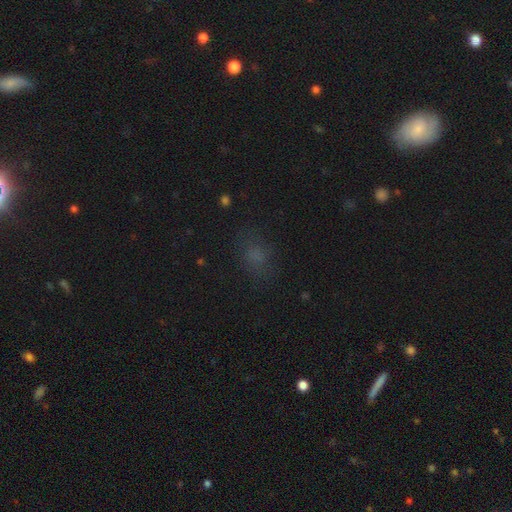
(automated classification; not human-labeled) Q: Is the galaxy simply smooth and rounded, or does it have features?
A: smooth — 64%.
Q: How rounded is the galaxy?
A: in between — 58%.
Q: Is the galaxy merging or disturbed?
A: none — 73%.